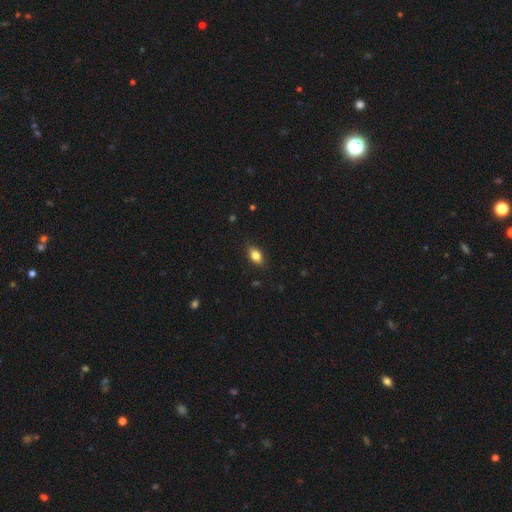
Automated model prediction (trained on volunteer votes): A smooth galaxy with no disk features (83%) that is in between round and cigar-shaped (83%).

Vote fractions:
- Smooth or featured? smooth: 83% / star or artifact: 9% / featured or disk: 8%
- How rounded? in between: 83% / round: 13% / cigar-shaped: 3%
- Merging? none: 85% / minor disturbance: 11% / major disturbance: 2% / merger: 1%